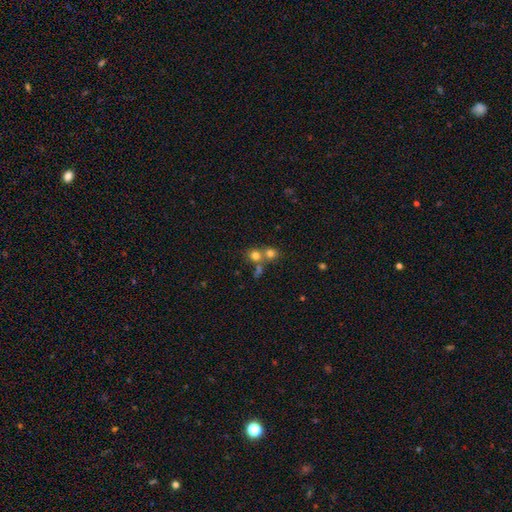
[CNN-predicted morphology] Smooth or featured? Predicted: smooth (p=0.72). How rounded? Predicted: round (p=0.83). Merging? Predicted: merger (p=0.49).